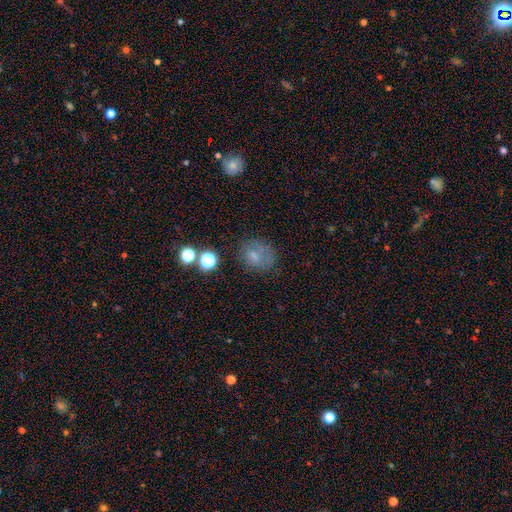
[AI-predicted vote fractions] Smooth or featured: smooth — 63% (featured or disk — 19%)
How rounded: round — 59% (in between — 40%)
Merging: none — 57% (minor disturbance — 23%)